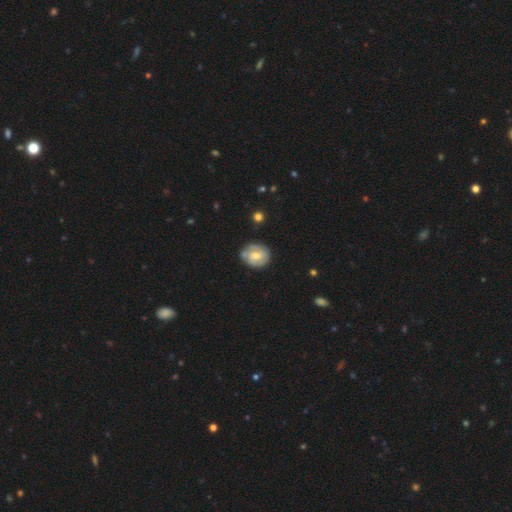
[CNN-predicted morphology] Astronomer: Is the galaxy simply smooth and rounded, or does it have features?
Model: featured or disk — 56% (runner-up: smooth, 38%).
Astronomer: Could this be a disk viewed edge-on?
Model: no — 97%.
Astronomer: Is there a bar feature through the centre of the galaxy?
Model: no — 54% (runner-up: weak, 39%).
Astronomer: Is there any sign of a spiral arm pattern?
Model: yes — 80%.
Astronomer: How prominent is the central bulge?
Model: moderate — 64%.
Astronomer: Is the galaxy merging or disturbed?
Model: none — 68%.